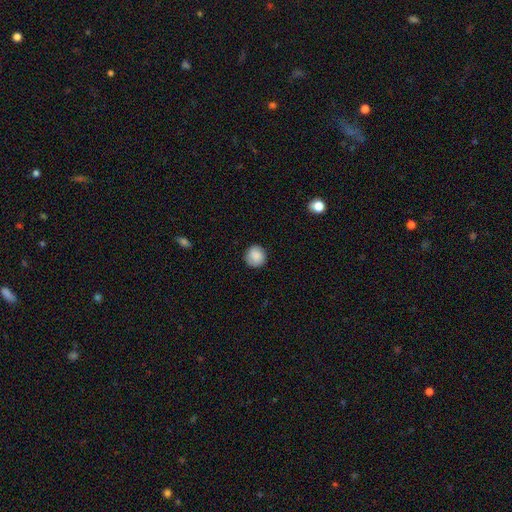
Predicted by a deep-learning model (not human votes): This appears to be a smooth galaxy with no disk features (88%) that is round (93%). Merging: none (89%).